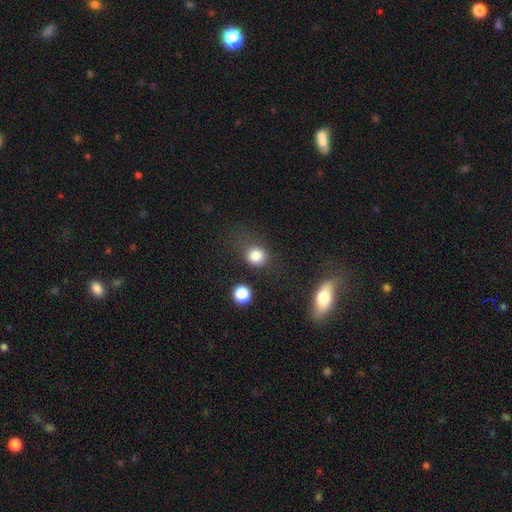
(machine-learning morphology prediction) Q: Smooth or featured?
A: smooth (82%); runner-up: star or artifact (12%)
Q: How rounded?
A: round (76%); runner-up: in between (23%)
Q: Merging?
A: none (69%); runner-up: minor disturbance (17%)